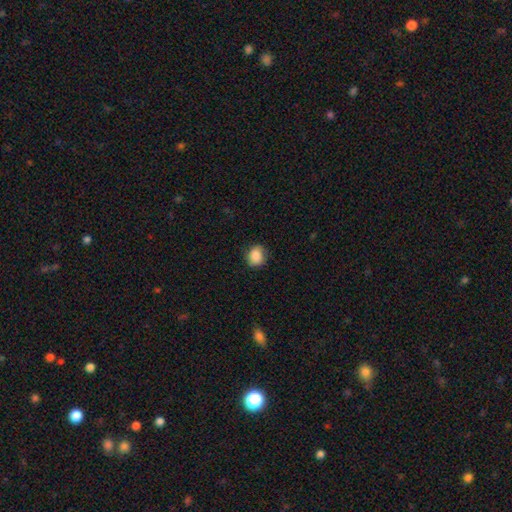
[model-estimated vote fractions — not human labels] smooth-or-featured: smooth: 88% | star or artifact: 8% | featured or disk: 4%
  how-rounded: round: 66% | in between: 33% | cigar-shaped: 1%
  merging: none: 81% | minor disturbance: 15% | major disturbance: 3% | merger: 1%